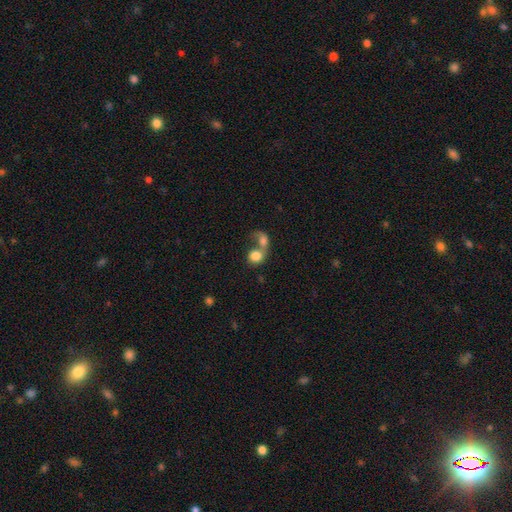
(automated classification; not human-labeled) The model was most divided on "how rounded": round: 68%, in between: 31%, cigar-shaped: 1%. More confident: smooth or featured — smooth (76%); merging — merger (70%).